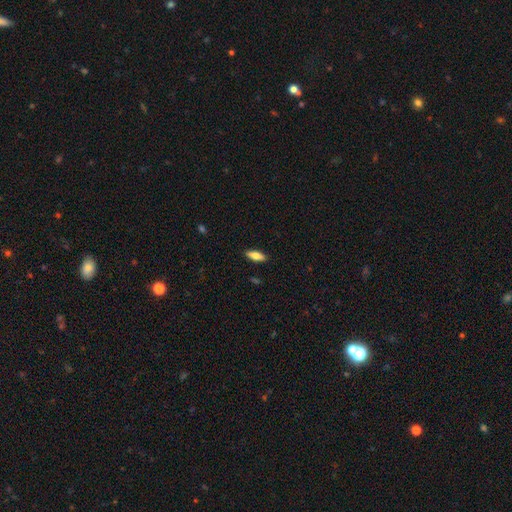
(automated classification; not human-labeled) smooth-or-featured: smooth: 75% | featured or disk: 18% | star or artifact: 7%
  how-rounded: in between: 66% | cigar-shaped: 31% | round: 2%
  merging: none: 89% | minor disturbance: 8% | major disturbance: 2% | merger: 1%